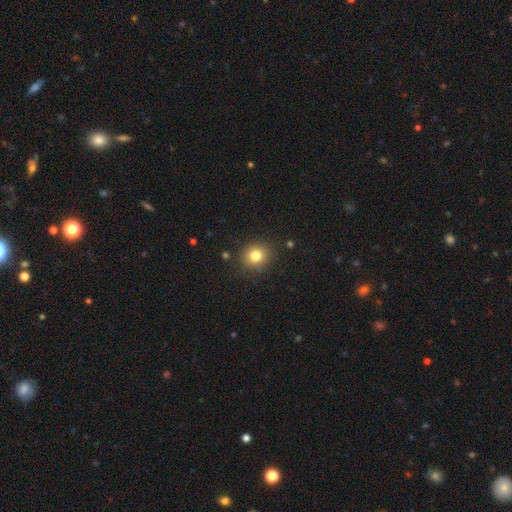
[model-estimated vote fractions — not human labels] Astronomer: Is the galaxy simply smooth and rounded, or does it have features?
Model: smooth — 81%.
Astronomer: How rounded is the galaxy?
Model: round — 83%.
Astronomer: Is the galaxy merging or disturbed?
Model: none — 88%.